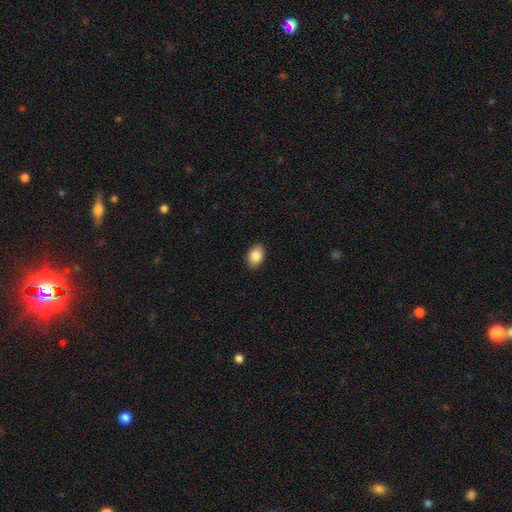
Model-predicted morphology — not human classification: A smooth galaxy with no disk features (87%) that is in between round and cigar-shaped (85%).

Vote fractions:
- Smooth or featured? smooth: 87% / star or artifact: 7% / featured or disk: 6%
- How rounded? in between: 85% / round: 14% / cigar-shaped: 1%
- Merging? none: 89% / minor disturbance: 8% / major disturbance: 2% / merger: 1%